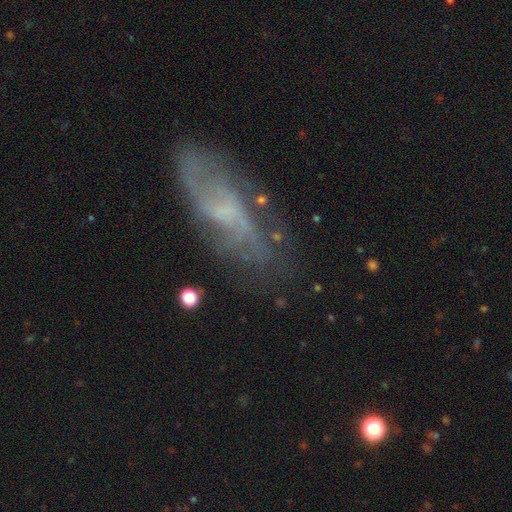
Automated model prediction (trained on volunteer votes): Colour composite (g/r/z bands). It shows a featured or disk galaxy (67%) with no bar (51%), spiral arms (79%) and a small central bulge (41%). Merging: none (68%).